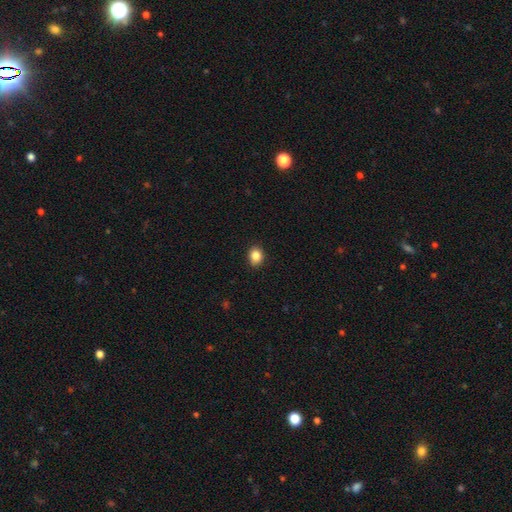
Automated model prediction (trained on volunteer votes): This appears to be a smooth galaxy with no disk features (86%) that is round (52%). Merging: none (89%).